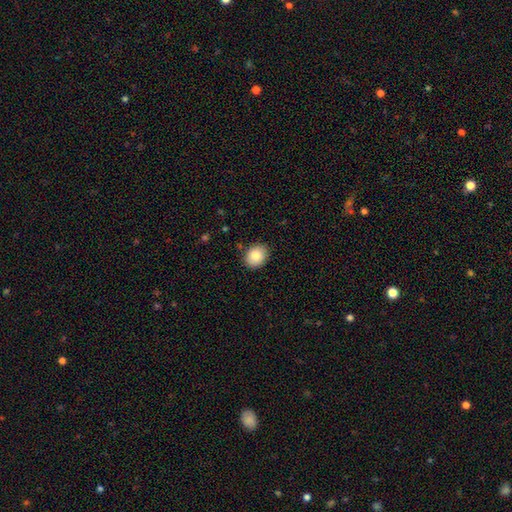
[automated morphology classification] smooth-or-featured: smooth: 85% | star or artifact: 8% | featured or disk: 7%
  how-rounded: in between: 51% | round: 48% | cigar-shaped: 1%
  merging: none: 88% | minor disturbance: 9% | major disturbance: 2% | merger: 1%